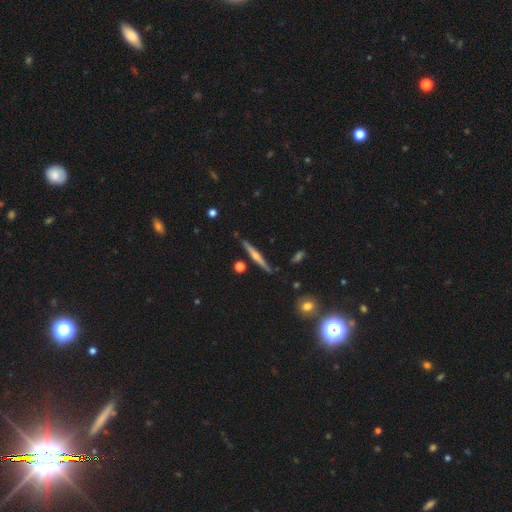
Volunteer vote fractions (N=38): Smooth or featured? 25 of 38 (66%) said featured or disk. Edge-on disk? 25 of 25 (100%) said yes. Edge-on bulge? 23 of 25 (92%) said rounded. Merging? 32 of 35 (91%) said none.